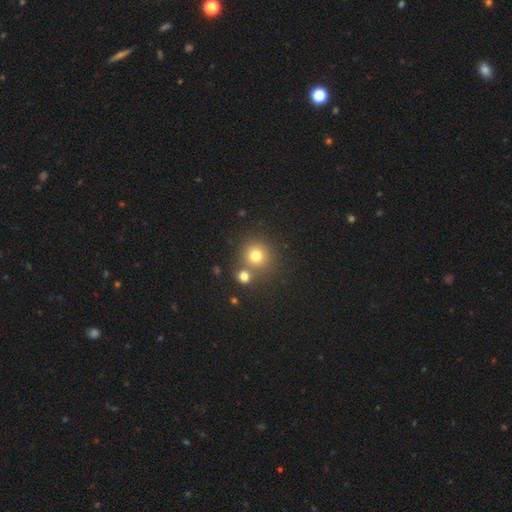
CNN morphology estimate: A smooth galaxy with no disk features (75%) that is round (91%). Merging: none (68%).